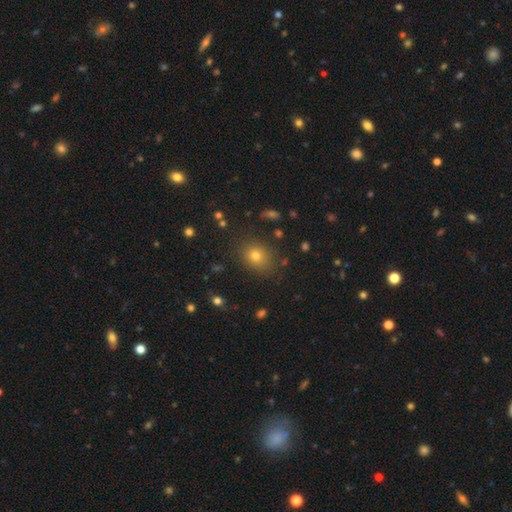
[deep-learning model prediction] A smooth galaxy with no disk features (73%) that is round (62%). Merging: none (84%).